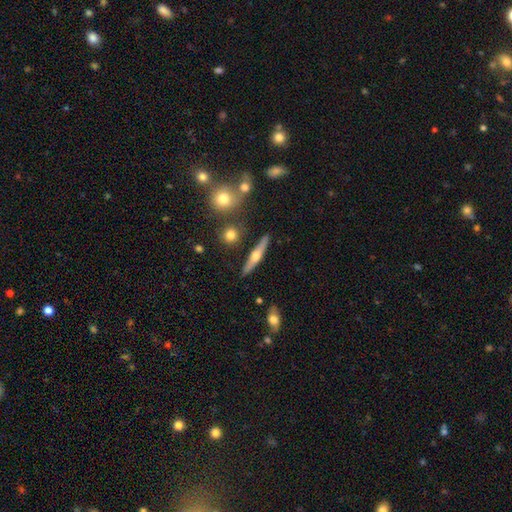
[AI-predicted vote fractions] This appears to be a featured or disk galaxy (60%) viewed edge-on (95%) with a rounded central bulge (92%). Merging: none (86%).